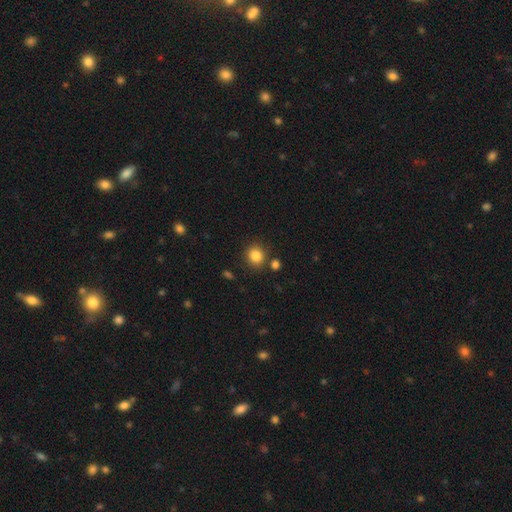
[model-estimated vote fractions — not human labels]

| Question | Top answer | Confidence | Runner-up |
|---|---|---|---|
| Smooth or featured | smooth | 85% | star or artifact (10%) |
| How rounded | round | 79% | in between (20%) |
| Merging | none | 81% | minor disturbance (9%) |